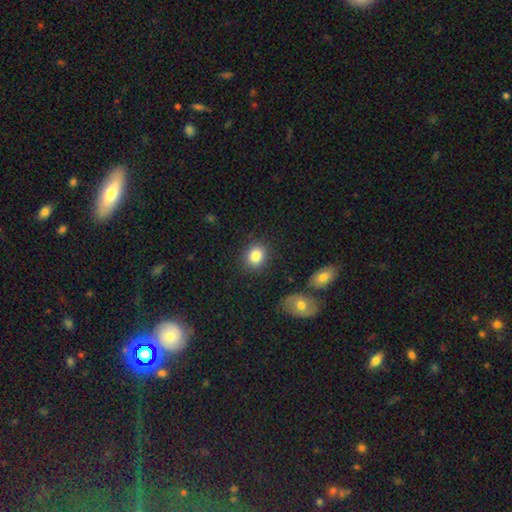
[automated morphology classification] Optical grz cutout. It shows a smooth galaxy with no disk features (84%) that is round (70%). Merging: none (86%).